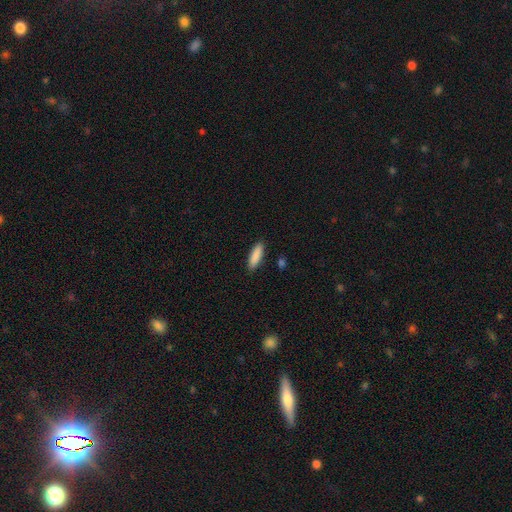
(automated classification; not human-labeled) A smooth galaxy with no disk features (89%) that is cigar-shaped (60%). Merging: none (89%).